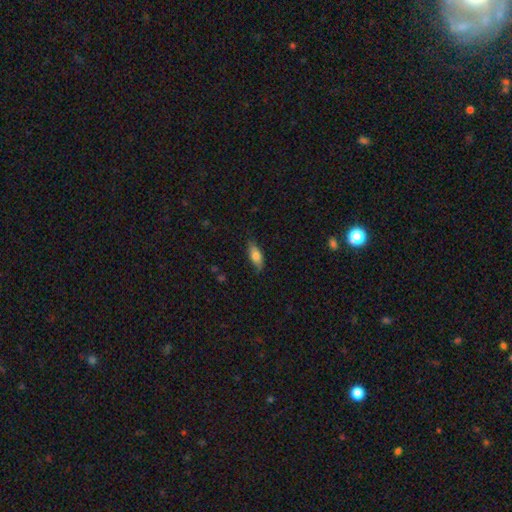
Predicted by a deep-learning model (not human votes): Smooth or featured?
  - smooth: 74% *
  - featured or disk: 19%
  - star or artifact: 7%
How rounded?
  - in between: 74% *
  - cigar-shaped: 23%
  - round: 3%
Merging?
  - none: 75% *
  - minor disturbance: 20%
  - major disturbance: 4%
  - merger: 1%